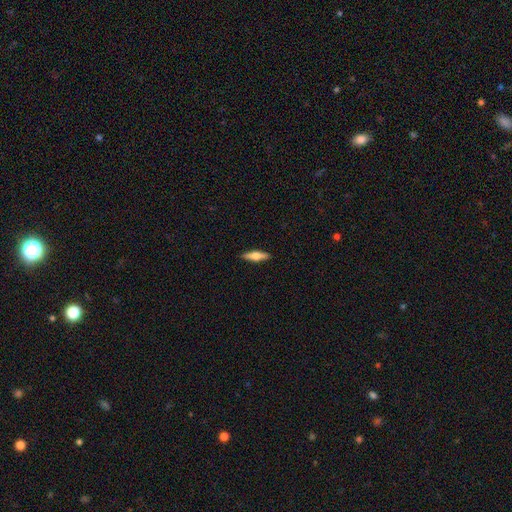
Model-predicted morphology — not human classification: The model was most divided on "smooth or featured": smooth: 51%, featured or disk: 43%, star or artifact: 6%. More confident: merging — none (90%); how rounded — cigar-shaped (67%).